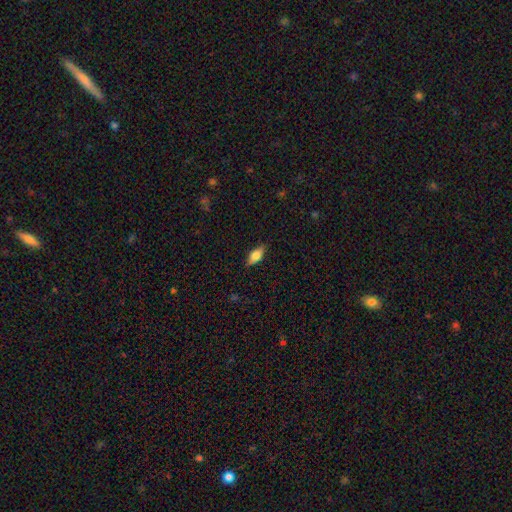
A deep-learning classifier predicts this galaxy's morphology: smooth 65%, featured or disk 28%, star or artifact 7%. Down the decision tree: how rounded — in between (77%); merging — none (84%).